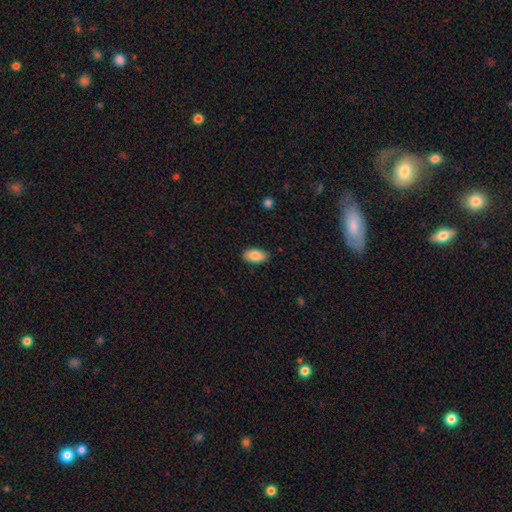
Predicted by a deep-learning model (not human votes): This appears to be a smooth galaxy with no disk features (88%) that is in between round and cigar-shaped (94%). Merging: none (86%).